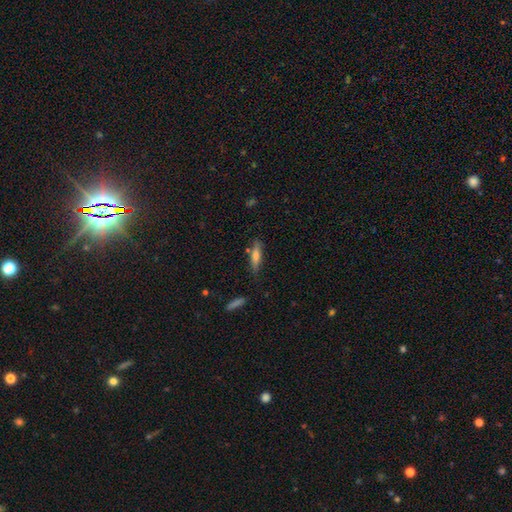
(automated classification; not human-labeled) Morphology: type=smooth (66%); roundness=cigar-shaped (73%); merging=none (75%).